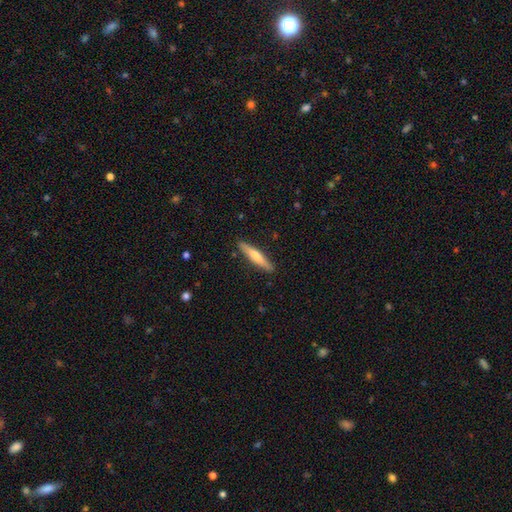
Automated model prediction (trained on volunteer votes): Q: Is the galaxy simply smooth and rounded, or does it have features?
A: smooth — 56%.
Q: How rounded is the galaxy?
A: cigar-shaped — 90%.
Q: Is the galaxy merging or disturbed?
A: none — 90%.